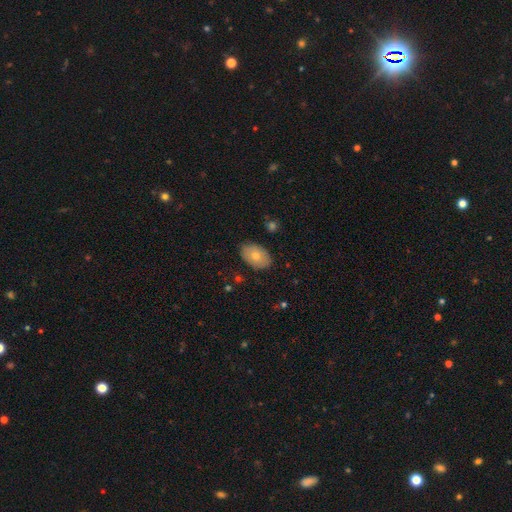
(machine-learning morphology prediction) Q: Smooth or featured?
A: smooth (73%); runner-up: featured or disk (20%)
Q: How rounded?
A: in between (89%); runner-up: round (10%)
Q: Merging?
A: none (83%); runner-up: minor disturbance (13%)